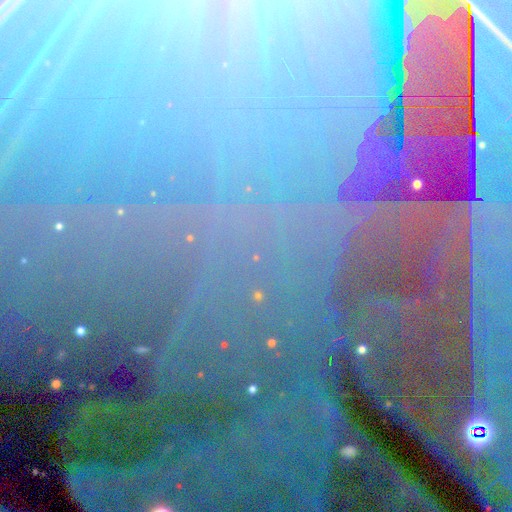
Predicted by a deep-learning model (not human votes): Smooth or featured? star or artifact (86%)